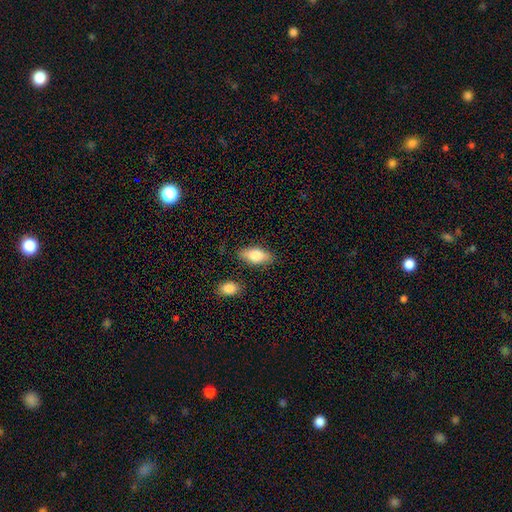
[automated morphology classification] smooth_or_featured: smooth (p=0.77) [alt: featured or disk p=0.17]
how_rounded: in between (p=0.85) [alt: cigar-shaped p=0.11]
merging: none (p=0.84) [alt: minor disturbance p=0.11]